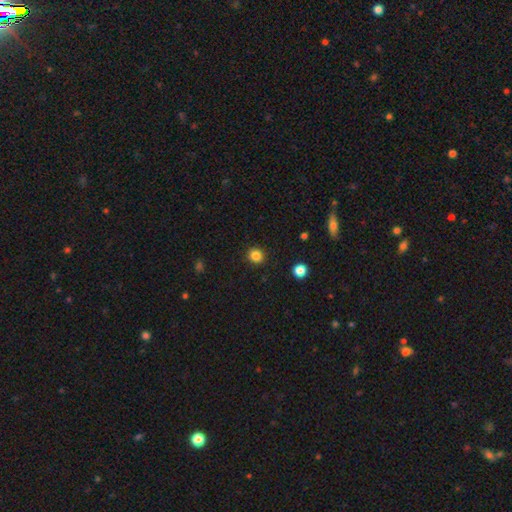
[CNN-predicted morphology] smooth 84%, star or artifact 12%, featured or disk 4%. Down the decision tree: how rounded — round (89%); merging — none (91%).